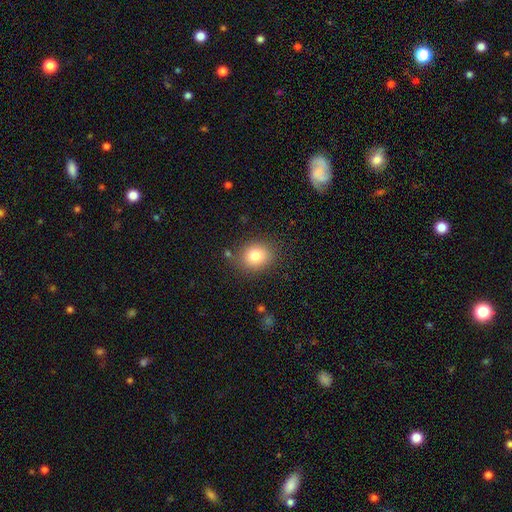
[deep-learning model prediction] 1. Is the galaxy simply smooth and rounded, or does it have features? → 81% smooth, 11% star or artifact, 9% featured or disk.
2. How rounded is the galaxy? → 68% round, 31% in between, 1% cigar-shaped.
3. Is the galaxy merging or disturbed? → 83% none, 11% minor disturbance, 3% major disturbance, 2% merger.